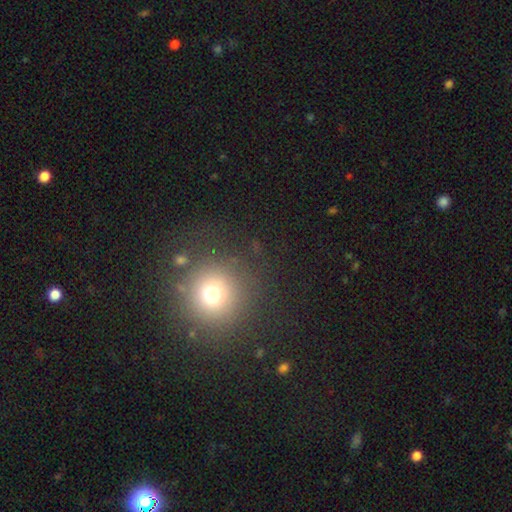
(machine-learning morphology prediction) This is likely a smooth galaxy (61%). How rounded: clearly round (94%). Merging: clearly none (88%).